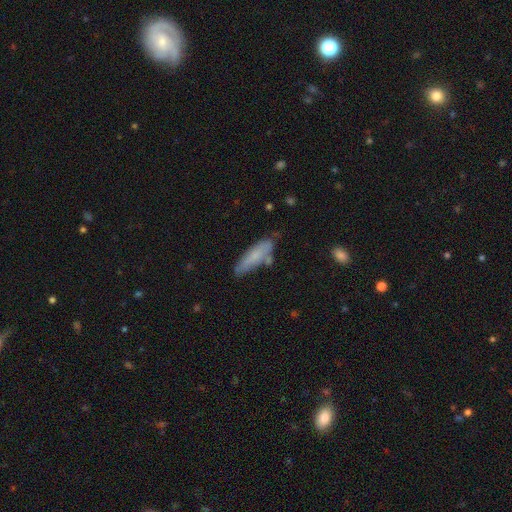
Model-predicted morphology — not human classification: Smooth or featured: smooth — 71% (featured or disk — 23%)
How rounded: cigar-shaped — 60% (in between — 38%)
Merging: none — 62% (minor disturbance — 24%)